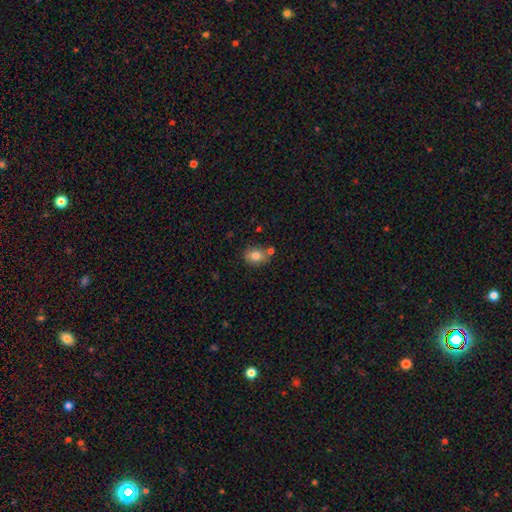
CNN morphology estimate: A smooth galaxy with no disk features (79%) that is in between round and cigar-shaped (61%). Merging: none (68%).